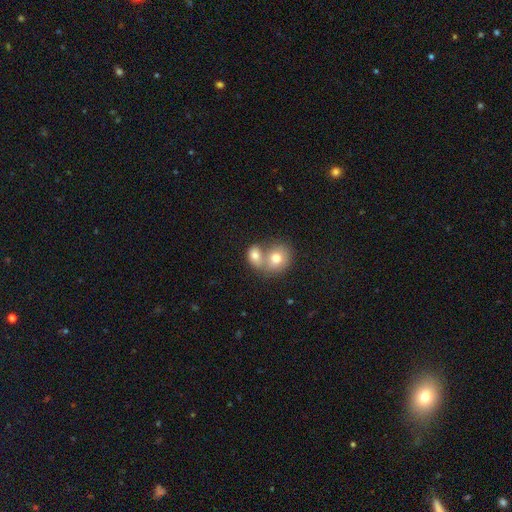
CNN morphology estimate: smooth 72%, featured or disk 18%, star or artifact 10%. Down the decision tree: how rounded — round (52%); merging — merger (68%).